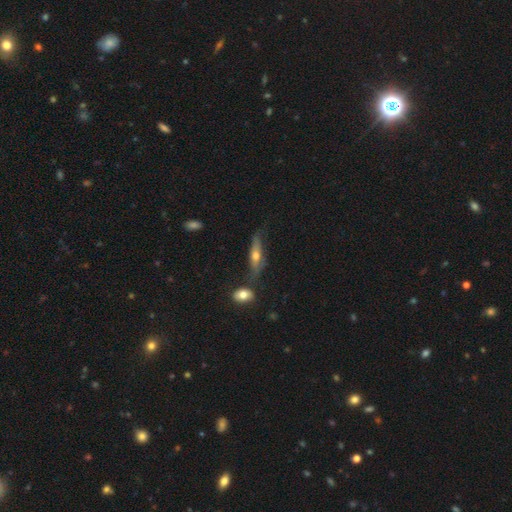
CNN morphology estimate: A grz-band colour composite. It shows a featured or disk galaxy (54%) viewed edge-on (79%). Merging: none (61%).